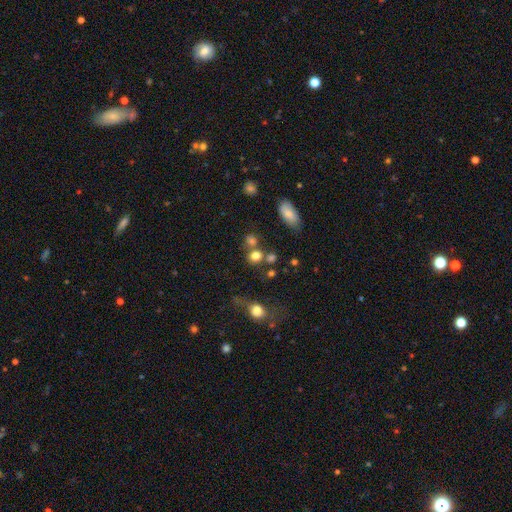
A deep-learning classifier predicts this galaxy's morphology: The model was most divided on "merging": none: 59%, merger: 25%, minor disturbance: 10%, major disturbance: 5%. More confident: how rounded — round (81%); smooth or featured — smooth (77%).